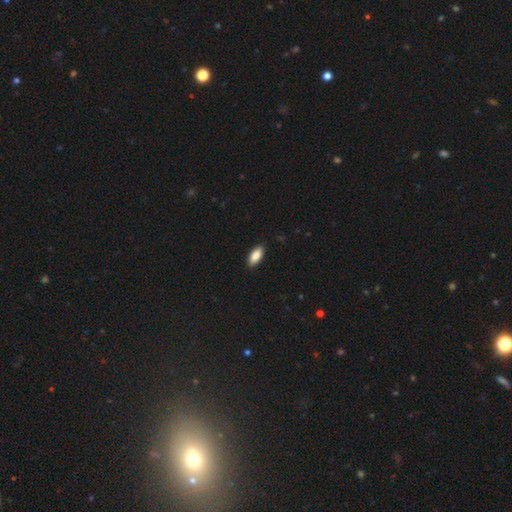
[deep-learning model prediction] The model was most divided on "how rounded": in between: 85%, cigar-shaped: 13%, round: 2%. More confident: merging — none (89%); smooth or featured — smooth (87%).